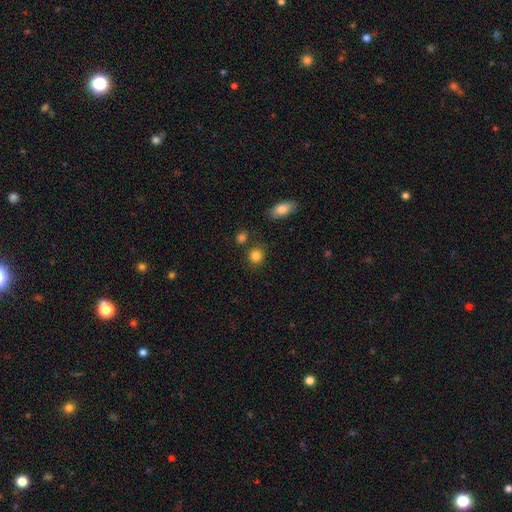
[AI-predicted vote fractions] Morphology: type=smooth (85%); roundness=round (81%); merging=none (79%).